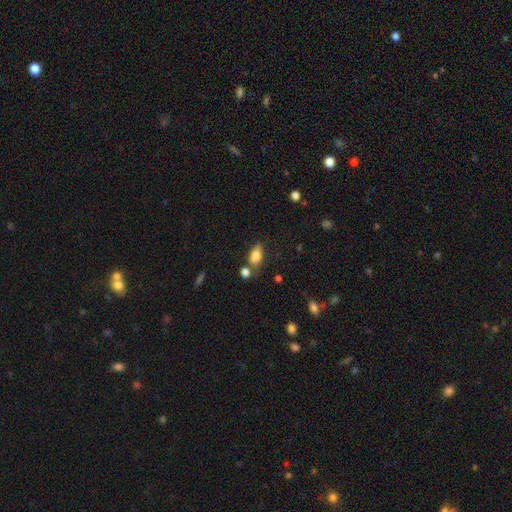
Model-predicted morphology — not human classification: Smooth or featured?
  - smooth: 78% *
  - featured or disk: 13%
  - star or artifact: 9%
How rounded?
  - in between: 86% *
  - round: 8%
  - cigar-shaped: 7%
Merging?
  - none: 56% *
  - minor disturbance: 21%
  - merger: 17%
  - major disturbance: 6%